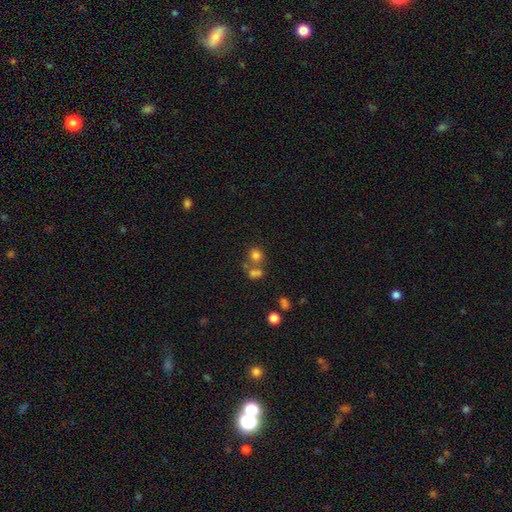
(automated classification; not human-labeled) smooth 75%, star or artifact 15%, featured or disk 10%. Down the decision tree: how rounded — round (77%); merging — none (49%).